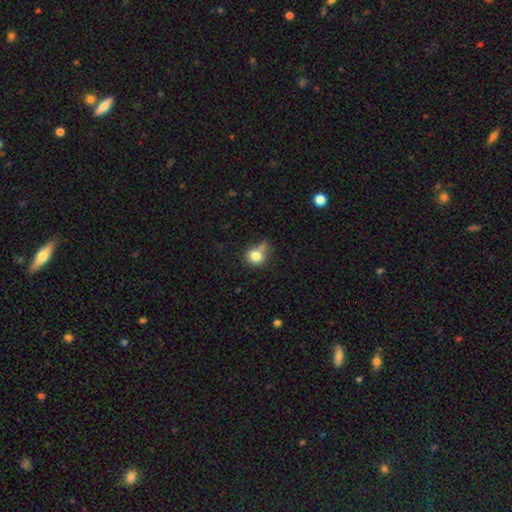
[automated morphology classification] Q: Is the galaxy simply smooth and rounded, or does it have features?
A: smooth — 79%.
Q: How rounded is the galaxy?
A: round — 80%.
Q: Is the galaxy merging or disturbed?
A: none — 50%.